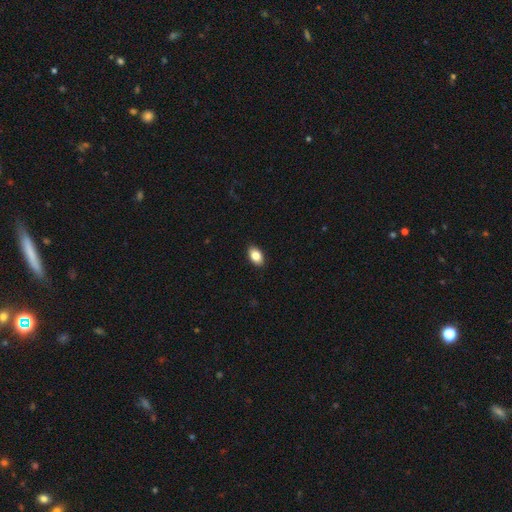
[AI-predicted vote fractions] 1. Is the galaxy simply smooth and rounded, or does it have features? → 84% smooth, 8% featured or disk, 8% star or artifact.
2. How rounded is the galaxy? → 91% in between, 8% round, 2% cigar-shaped.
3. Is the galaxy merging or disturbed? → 89% none, 8% minor disturbance, 2% major disturbance, 1% merger.